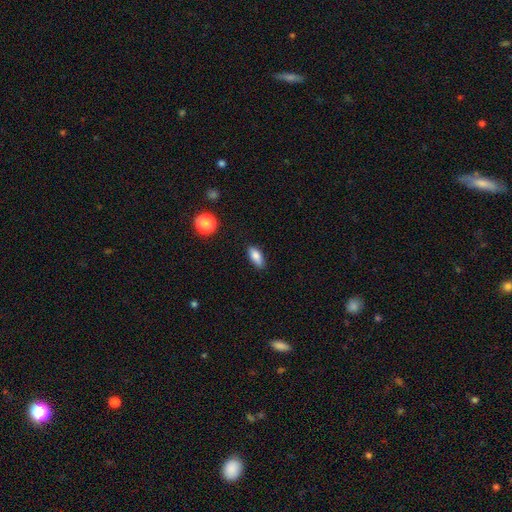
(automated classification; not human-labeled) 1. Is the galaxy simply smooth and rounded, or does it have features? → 84% smooth, 8% featured or disk, 8% star or artifact.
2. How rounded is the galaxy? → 82% in between, 15% cigar-shaped, 3% round.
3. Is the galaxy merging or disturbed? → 84% none, 12% minor disturbance, 2% major disturbance, 1% merger.